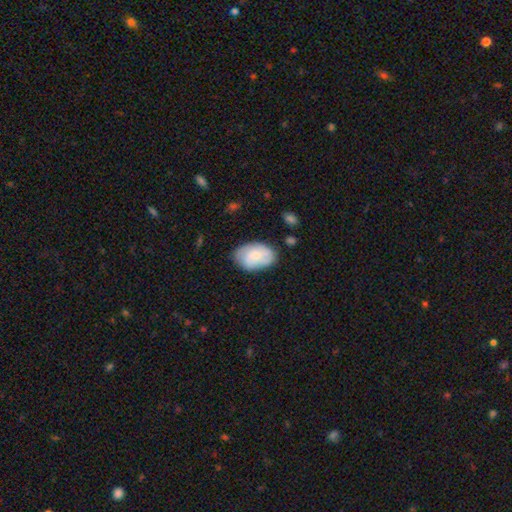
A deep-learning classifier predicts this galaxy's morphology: Smooth or featured?
  - smooth: 54% *
  - featured or disk: 39%
  - star or artifact: 7%
How rounded?
  - in between: 86% *
  - round: 12%
  - cigar-shaped: 1%
Merging?
  - none: 69% *
  - minor disturbance: 23%
  - major disturbance: 6%
  - merger: 3%